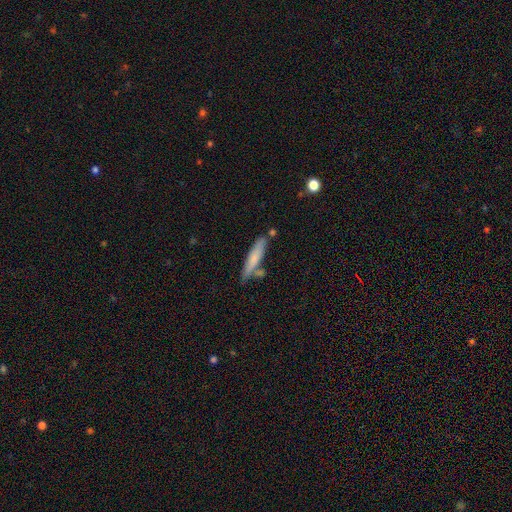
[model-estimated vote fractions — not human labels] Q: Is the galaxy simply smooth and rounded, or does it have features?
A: smooth — 71%.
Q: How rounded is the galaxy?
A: cigar-shaped — 86%.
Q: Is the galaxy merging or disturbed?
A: none — 70%.